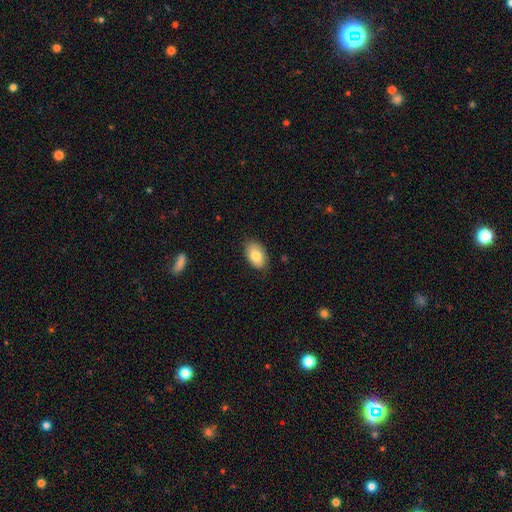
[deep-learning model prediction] Morphology: type=smooth (82%); roundness=in between (92%); merging=none (81%).